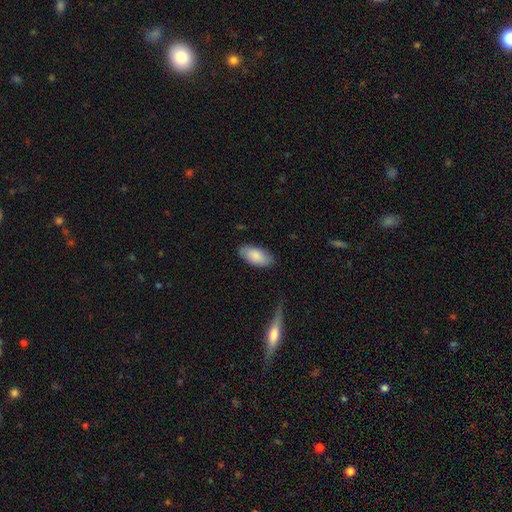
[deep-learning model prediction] Overall: smooth (86%). How rounded: in between (93%). Merging: none (83%).